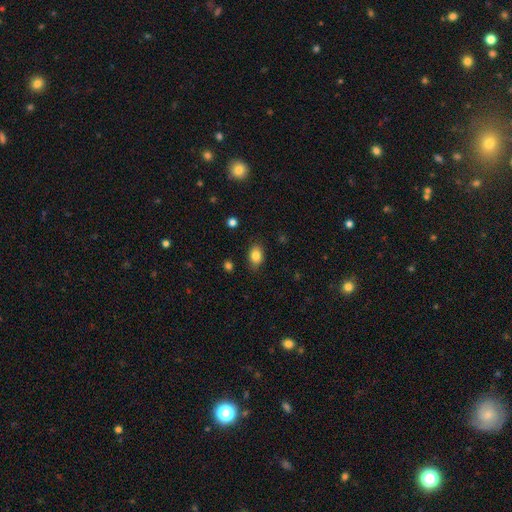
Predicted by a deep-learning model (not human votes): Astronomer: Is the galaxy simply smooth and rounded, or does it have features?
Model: smooth — 83%.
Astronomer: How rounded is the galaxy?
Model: in between — 80%.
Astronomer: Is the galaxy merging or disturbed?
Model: none — 81%.